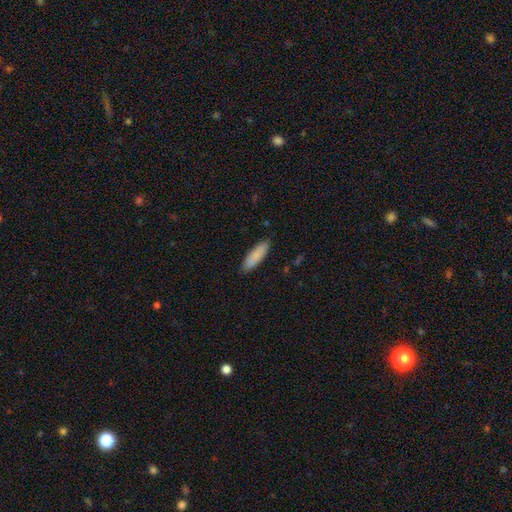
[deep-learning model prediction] Smooth or featured?
  - smooth: 87% *
  - featured or disk: 7%
  - star or artifact: 6%
How rounded?
  - cigar-shaped: 54% *
  - in between: 45%
  - round: 1%
Merging?
  - none: 88% *
  - minor disturbance: 10%
  - major disturbance: 2%
  - merger: 1%